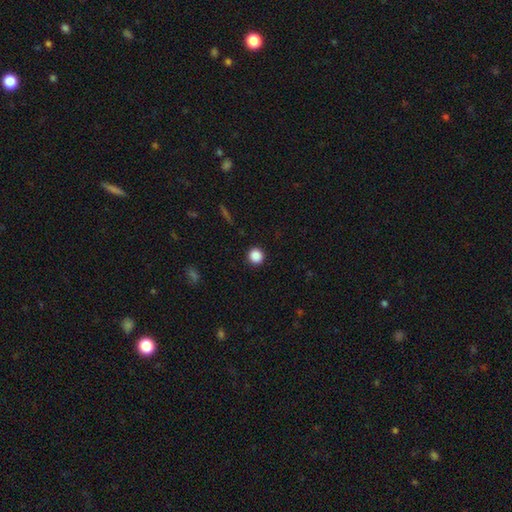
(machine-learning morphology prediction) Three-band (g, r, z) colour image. It shows a smooth galaxy with no disk features (88%) that is round (92%). Merging: none (92%).